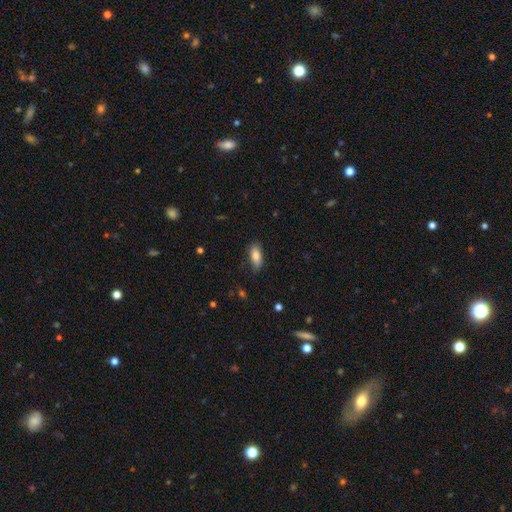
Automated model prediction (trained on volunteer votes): Overall: smooth (81%). How rounded: in between (81%). Merging: none (77%).